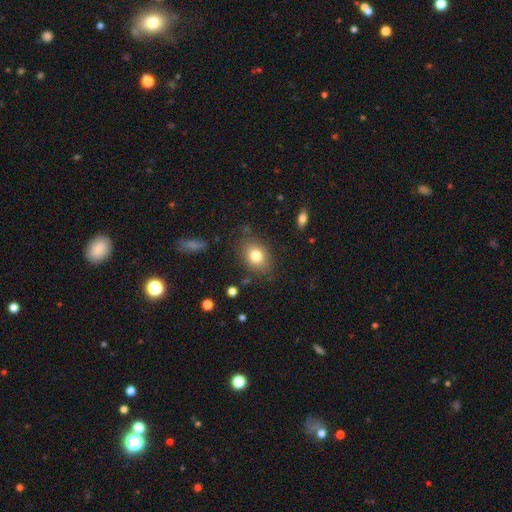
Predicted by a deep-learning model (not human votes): A smooth galaxy with no disk features (79%) that is in between round and cigar-shaped (67%). Merging: none (81%).